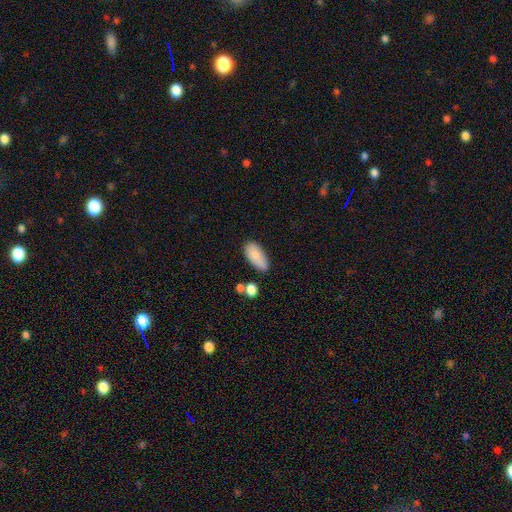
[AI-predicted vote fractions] Morphology: type=smooth (84%); roundness=in between (90%); merging=none (68%).